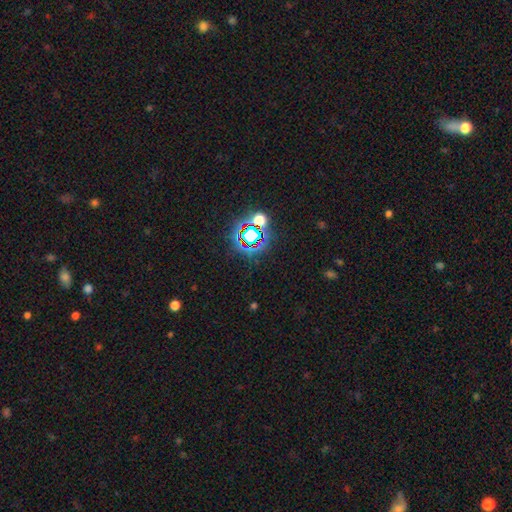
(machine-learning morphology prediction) This is likely a star or artifact rather than a galaxy (79%).